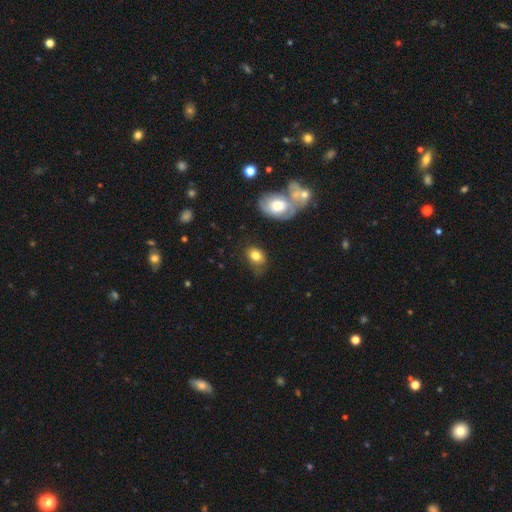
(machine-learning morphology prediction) Overall: smooth (78%). How rounded: in between (67%; round 32%). Merging: none (56%; minor disturbance 27%).